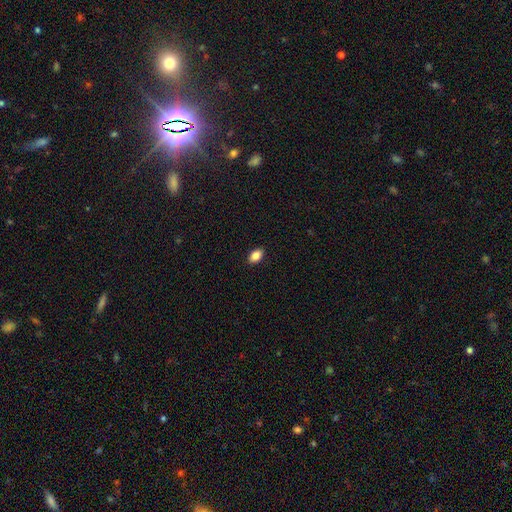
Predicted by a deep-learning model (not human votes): Smooth or featured?
  - smooth: 86% *
  - star or artifact: 8%
  - featured or disk: 6%
How rounded?
  - in between: 89% *
  - round: 9%
  - cigar-shaped: 2%
Merging?
  - none: 90% *
  - minor disturbance: 7%
  - major disturbance: 2%
  - merger: 1%